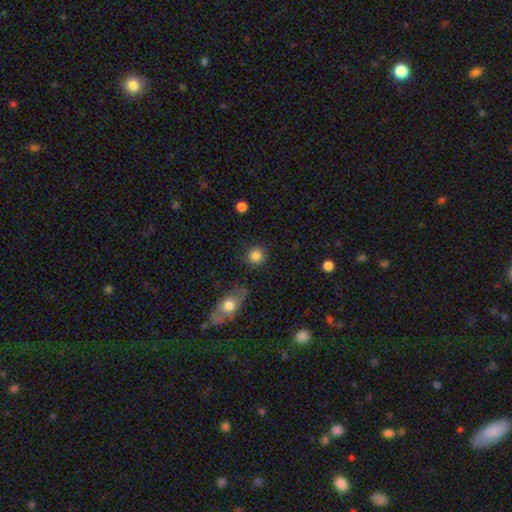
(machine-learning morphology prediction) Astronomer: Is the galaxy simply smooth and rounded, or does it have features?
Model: smooth — 85%.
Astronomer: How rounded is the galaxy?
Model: round — 92%.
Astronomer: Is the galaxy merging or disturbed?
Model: none — 84%.